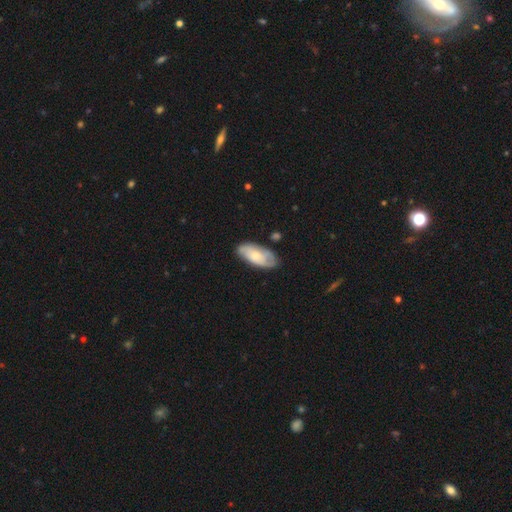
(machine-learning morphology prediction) Smooth or featured: smooth — 52% (featured or disk — 43%)
How rounded: in between — 89% (cigar-shaped — 9%)
Merging: none — 72% (minor disturbance — 21%)